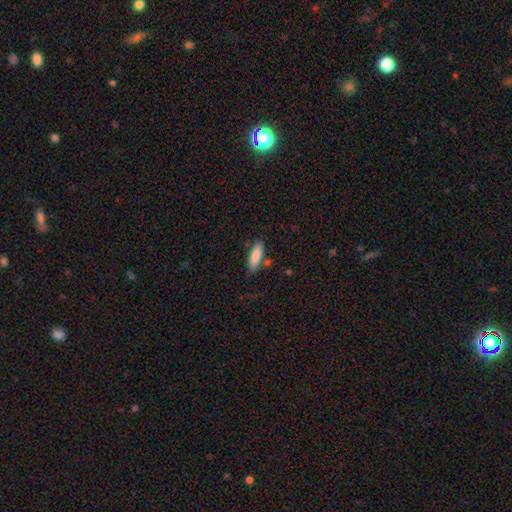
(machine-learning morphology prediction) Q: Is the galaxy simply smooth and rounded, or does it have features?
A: smooth — 86%.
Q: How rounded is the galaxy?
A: in between — 56%.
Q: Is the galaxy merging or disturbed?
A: none — 74%.